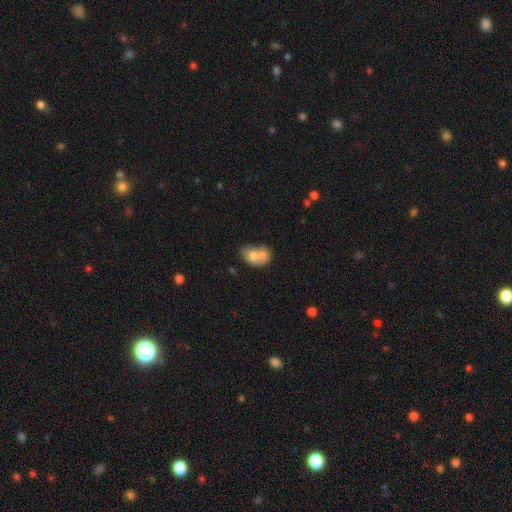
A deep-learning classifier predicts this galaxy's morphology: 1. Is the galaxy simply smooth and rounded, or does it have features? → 67% smooth, 25% featured or disk, 8% star or artifact.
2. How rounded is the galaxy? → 68% in between, 31% round, 1% cigar-shaped.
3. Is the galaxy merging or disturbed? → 68% merger, 19% none, 9% minor disturbance, 5% major disturbance.